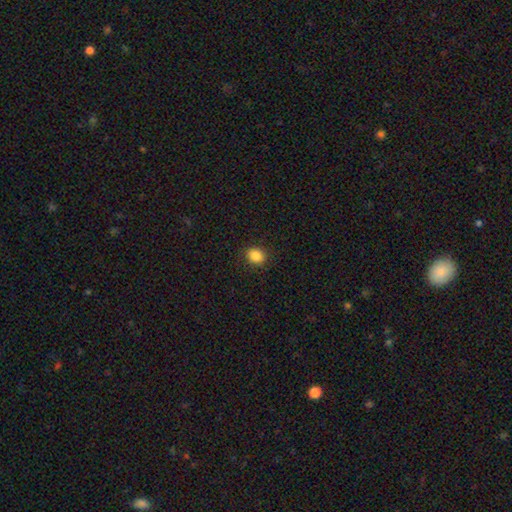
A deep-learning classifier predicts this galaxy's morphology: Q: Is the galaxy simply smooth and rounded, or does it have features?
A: smooth — 85%.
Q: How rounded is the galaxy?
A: round — 66%.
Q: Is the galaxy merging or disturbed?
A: none — 89%.